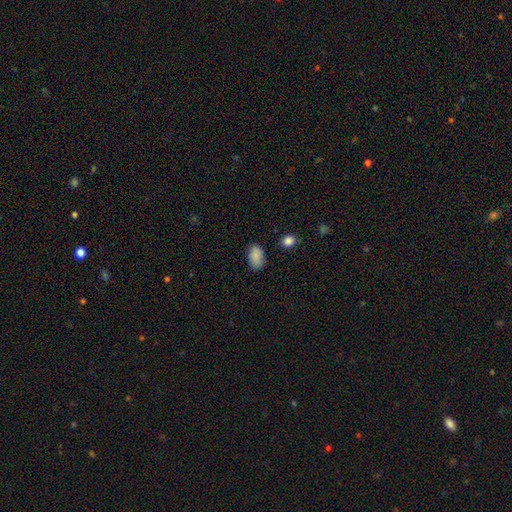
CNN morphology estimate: The model was most divided on "merging": none: 78%, minor disturbance: 16%, major disturbance: 3%, merger: 2%. More confident: how rounded — in between (90%); smooth or featured — smooth (88%).